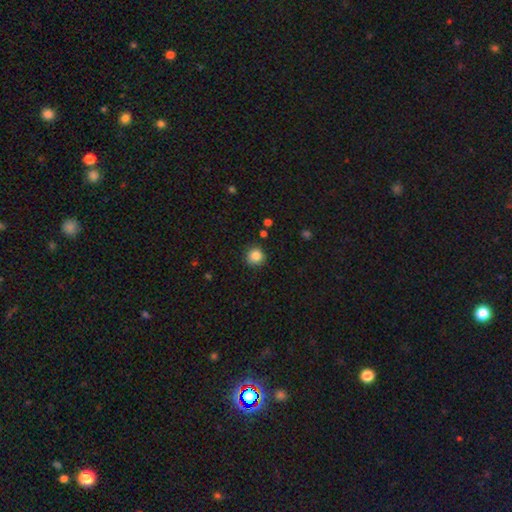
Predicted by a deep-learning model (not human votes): smooth-or-featured: smooth: 85% | star or artifact: 10% | featured or disk: 5%
  how-rounded: round: 93% | in between: 6% | cigar-shaped: 1%
  merging: none: 89% | minor disturbance: 8% | major disturbance: 2% | merger: 2%